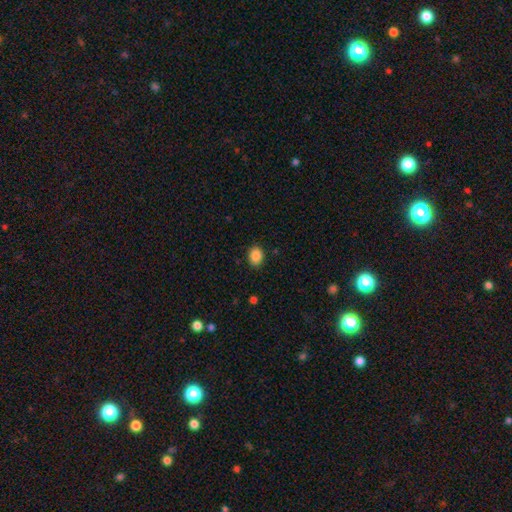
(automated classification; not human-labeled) A smooth galaxy with no disk features (88%) that is in between round and cigar-shaped (60%).

Vote fractions:
- Smooth or featured? smooth: 88% / star or artifact: 9% / featured or disk: 4%
- How rounded? in between: 60% / round: 39% / cigar-shaped: 1%
- Merging? none: 88% / minor disturbance: 9% / major disturbance: 2% / merger: 1%